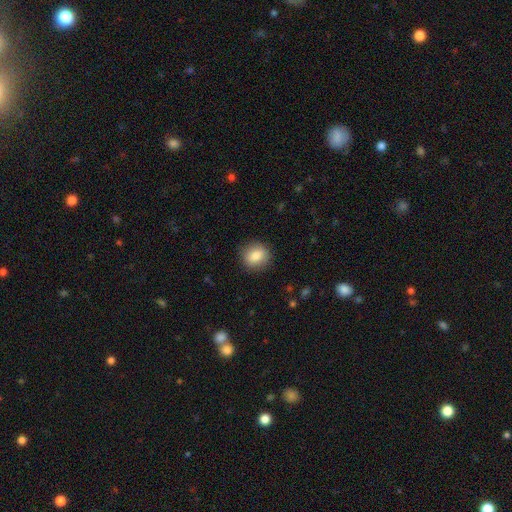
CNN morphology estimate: This appears to be a smooth galaxy with no disk features (82%) that is round (78%). Merging: none (88%).